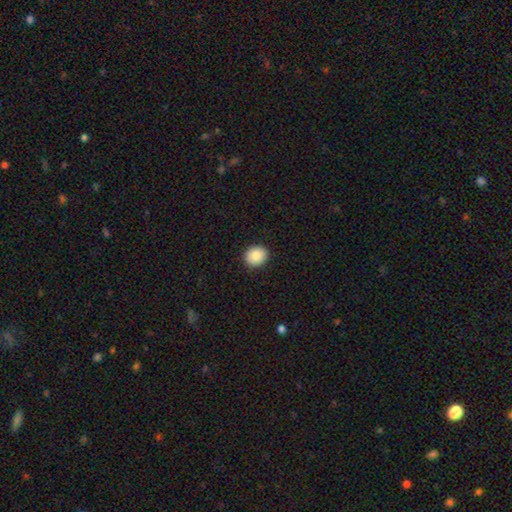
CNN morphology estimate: Overall: smooth (87%). How rounded: round (72%). Merging: none (91%).